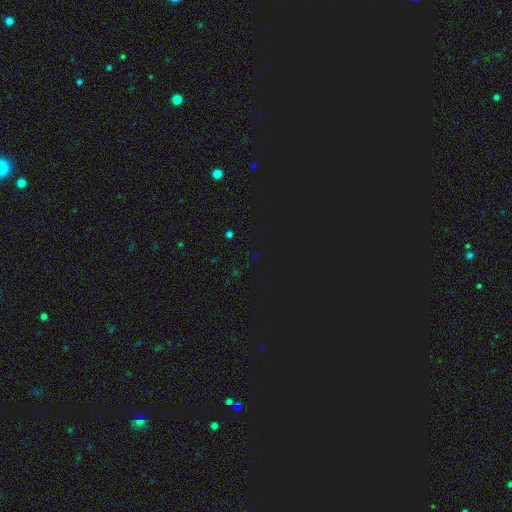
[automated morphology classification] This appears to be a star or artifact, not a galaxy (75%).